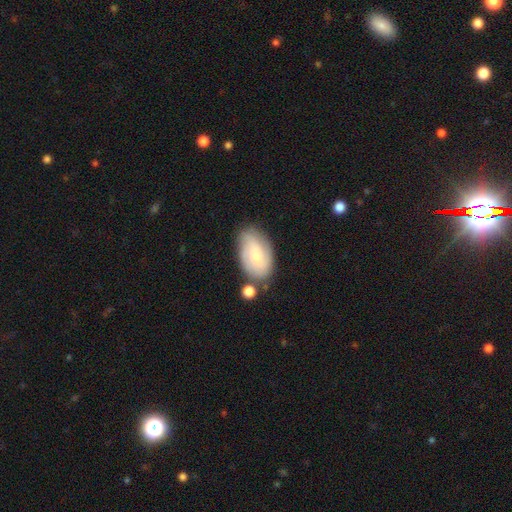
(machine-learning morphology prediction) smooth_or_featured: featured or disk (p=0.47) [alt: smooth p=0.46]
merging: none (p=0.67) [alt: minor disturbance p=0.19]